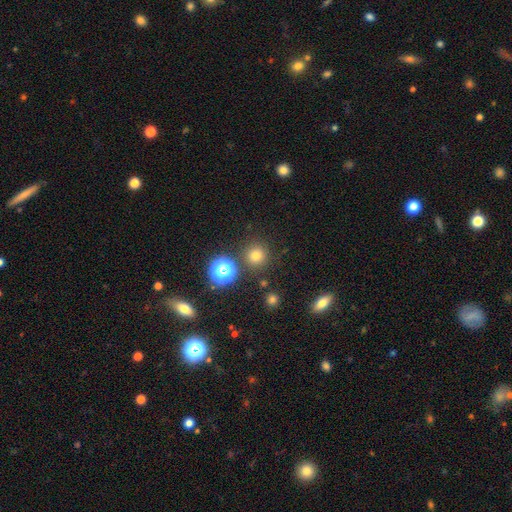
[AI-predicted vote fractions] This appears to be a smooth galaxy with no disk features (72%) that is round (94%). Merging: none (86%).